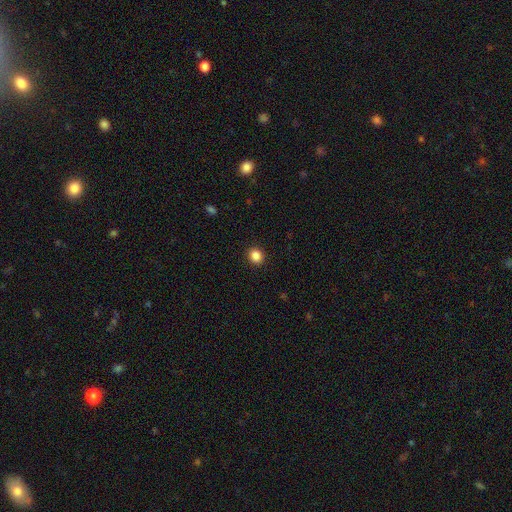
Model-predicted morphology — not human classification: Smooth or featured: smooth — 86% (star or artifact — 10%)
How rounded: round — 75% (in between — 24%)
Merging: none — 92% (minor disturbance — 5%)